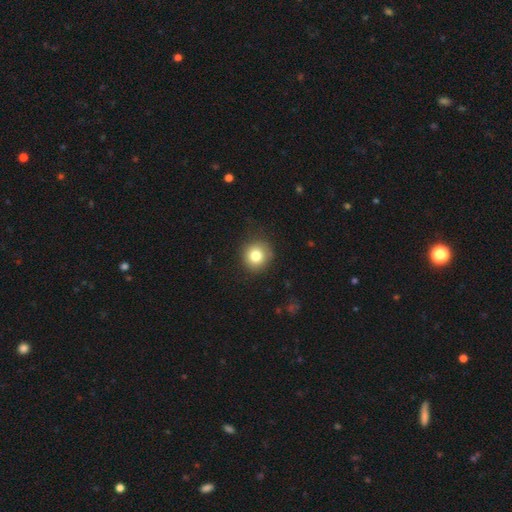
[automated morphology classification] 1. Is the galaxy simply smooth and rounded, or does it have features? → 81% smooth, 10% star or artifact, 8% featured or disk.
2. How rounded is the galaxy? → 90% round, 9% in between, 1% cigar-shaped.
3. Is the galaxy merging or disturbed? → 84% none, 11% minor disturbance, 3% major disturbance, 1% merger.